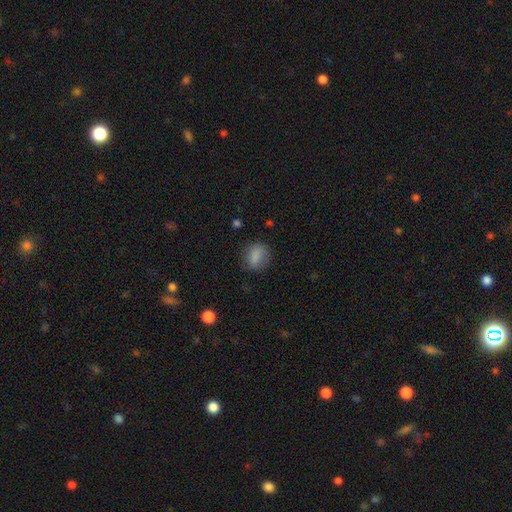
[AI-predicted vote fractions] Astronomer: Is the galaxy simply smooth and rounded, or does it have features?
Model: smooth — 82%.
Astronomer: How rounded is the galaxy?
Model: in between — 52% (runner-up: round, 45%).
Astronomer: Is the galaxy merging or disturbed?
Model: none — 71%.